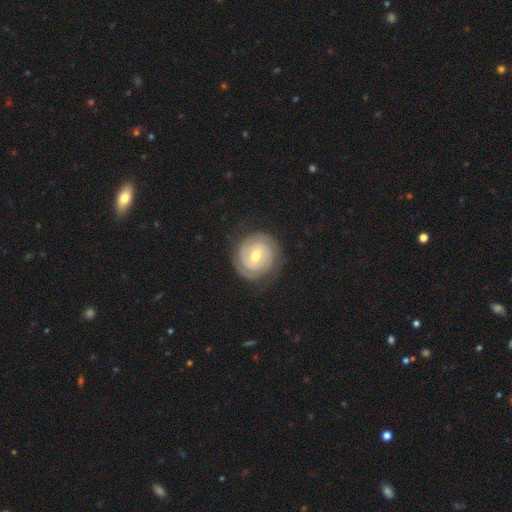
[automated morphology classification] featured or disk 77%, smooth 17%, star or artifact 5%. Down the decision tree: edge-on disk — no (97%); bar — weak (43%, tied with no); spiral arms — yes (90%); spiral arm count — 2 (54%); spiral winding — tight (79%); bulge size — moderate (69%); merging — none (82%).